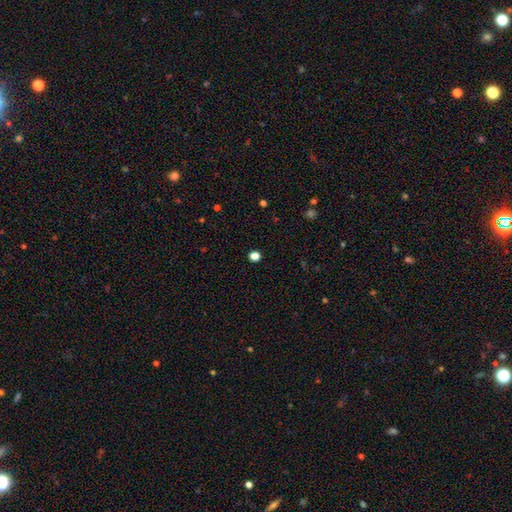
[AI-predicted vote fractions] This is likely a smooth galaxy (71%). How rounded: likely round (76%). Merging: clearly none (89%).